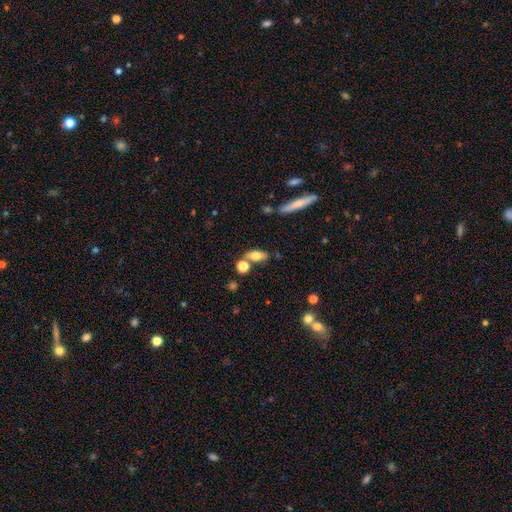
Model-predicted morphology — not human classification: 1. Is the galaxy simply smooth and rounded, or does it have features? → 71% smooth, 20% featured or disk, 9% star or artifact.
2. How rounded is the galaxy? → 73% in between, 19% cigar-shaped, 7% round.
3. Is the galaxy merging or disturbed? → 64% none, 18% merger, 13% minor disturbance, 5% major disturbance.